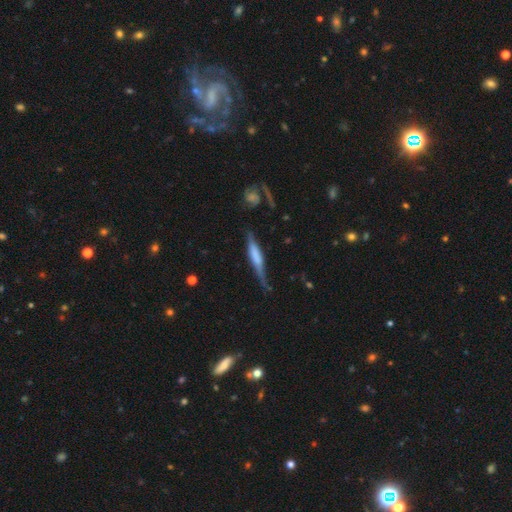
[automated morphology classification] Smooth or featured?
  - featured or disk: 52% *
  - smooth: 42%
  - star or artifact: 6%
Edge-on disk?
  - yes: 91% *
  - no: 9%
Merging?
  - none: 62% *
  - minor disturbance: 26%
  - major disturbance: 8%
  - merger: 4%